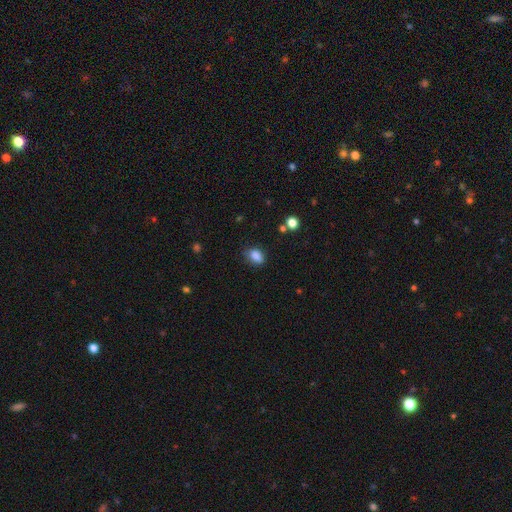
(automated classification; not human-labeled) Morphology: type=smooth (85%); roundness=in between (79%); merging=none (74%).